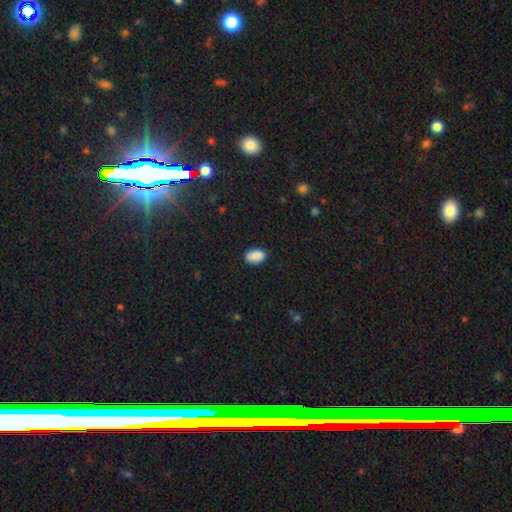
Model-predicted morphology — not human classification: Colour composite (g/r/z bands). It shows a smooth galaxy with no disk features (86%) that is in between round and cigar-shaped (87%). Merging: none (83%).